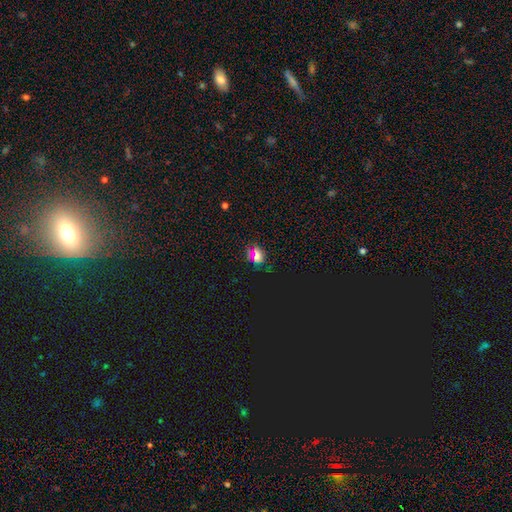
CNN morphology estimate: A smooth galaxy with no disk features (50%).

Vote fractions:
- Smooth or featured? smooth: 50% / star or artifact: 41% / featured or disk: 9%
- Merging? none: 79% / minor disturbance: 12% / major disturbance: 6% / merger: 3%